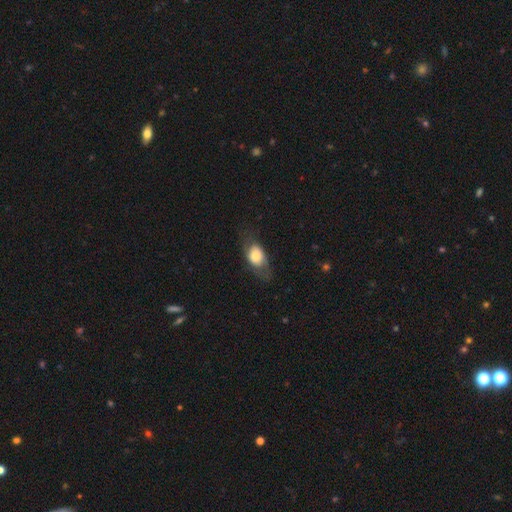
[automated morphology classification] Smooth or featured? Predicted: smooth (p=0.64). How rounded? Predicted: in between (p=0.76). Merging? Predicted: none (p=0.63).